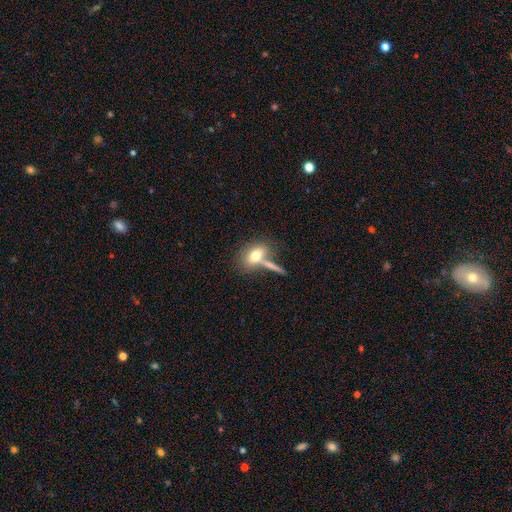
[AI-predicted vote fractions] This is likely a smooth galaxy (70%). How rounded: likely in between (74%). Merging: possibly none (45%).